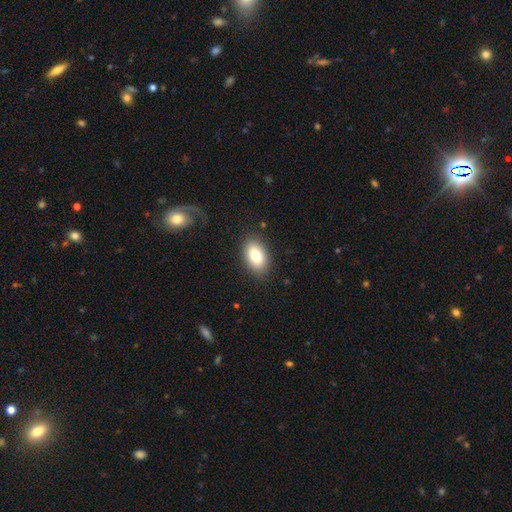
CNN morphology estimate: Overall: smooth (81%). How rounded: in between (91%). Merging: none (85%).